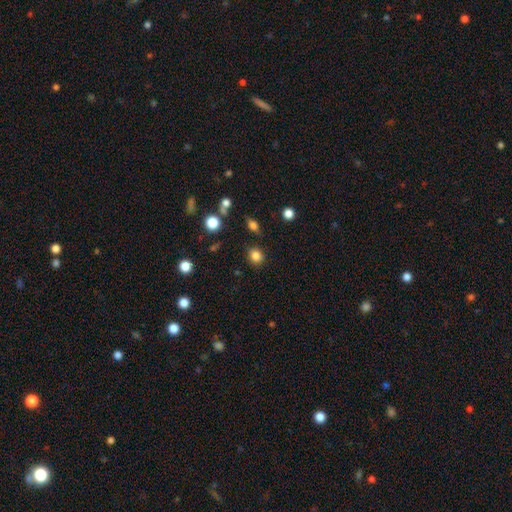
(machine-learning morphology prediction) type=smooth (83%); roundness=round (72%); merging=none (84%).